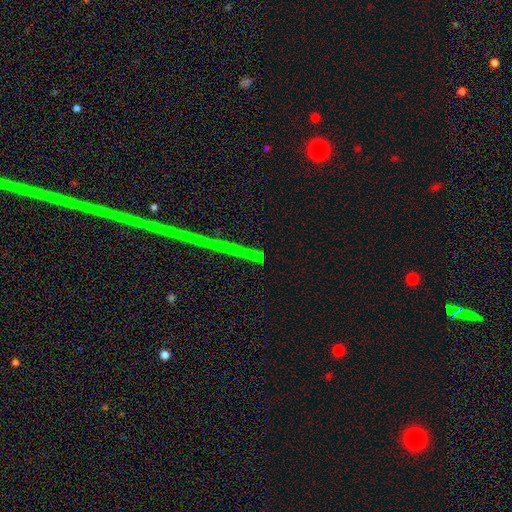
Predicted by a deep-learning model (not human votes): smooth_or_featured: star or artifact (p=0.78) [alt: featured or disk p=0.12]